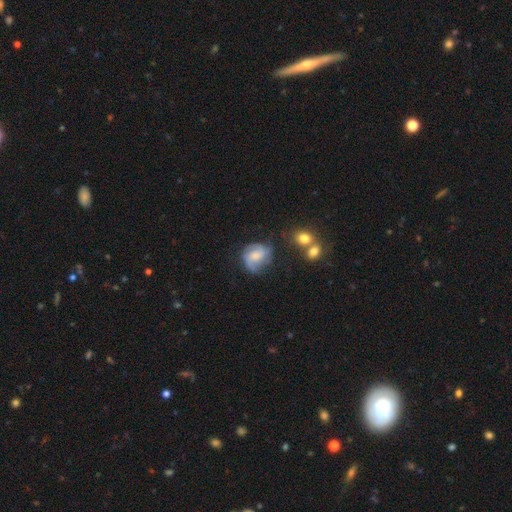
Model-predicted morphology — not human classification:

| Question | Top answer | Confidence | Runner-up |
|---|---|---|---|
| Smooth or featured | featured or disk | 65% | smooth (28%) |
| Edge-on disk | no | 98% | yes (2%) |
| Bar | no | 59% | weak (36%) |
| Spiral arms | yes | 91% | no (9%) |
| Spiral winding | medium | 46% | tight (35%) |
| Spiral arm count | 2 | 43% | 3 (27%) |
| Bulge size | small | 39% | moderate (36%) |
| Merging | none | 59% | minor disturbance (24%) |